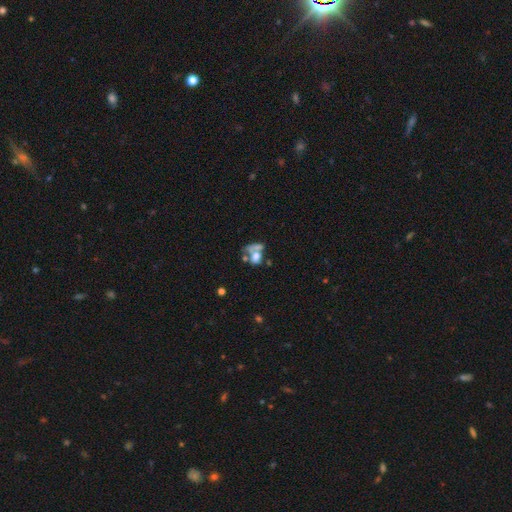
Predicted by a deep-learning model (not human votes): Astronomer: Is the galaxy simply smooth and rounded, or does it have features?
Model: smooth — 56%.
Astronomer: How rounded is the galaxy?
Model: in between — 60% (runner-up: round, 37%).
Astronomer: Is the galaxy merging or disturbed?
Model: merger — 49%.